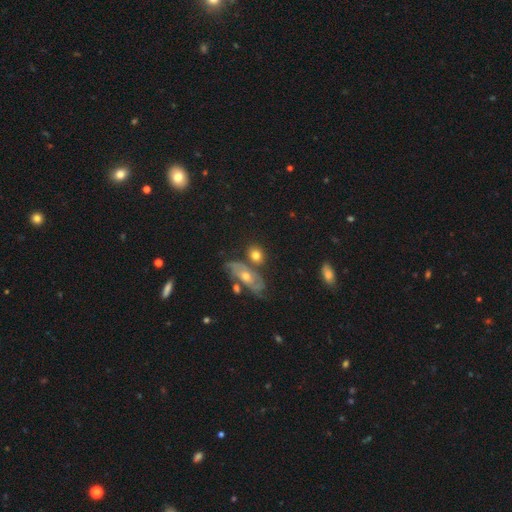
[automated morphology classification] Overall: smooth (68%). How rounded: round (55%; in between 40%). Merging: none (57%; merger 22%).